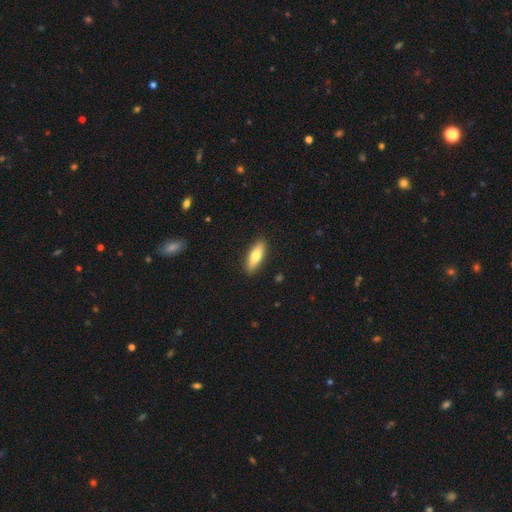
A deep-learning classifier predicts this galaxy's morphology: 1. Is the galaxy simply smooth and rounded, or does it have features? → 78% smooth, 16% featured or disk, 6% star or artifact.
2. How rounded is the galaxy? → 58% in between, 40% cigar-shaped, 2% round.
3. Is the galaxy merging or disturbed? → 89% none, 8% minor disturbance, 2% major disturbance, 1% merger.